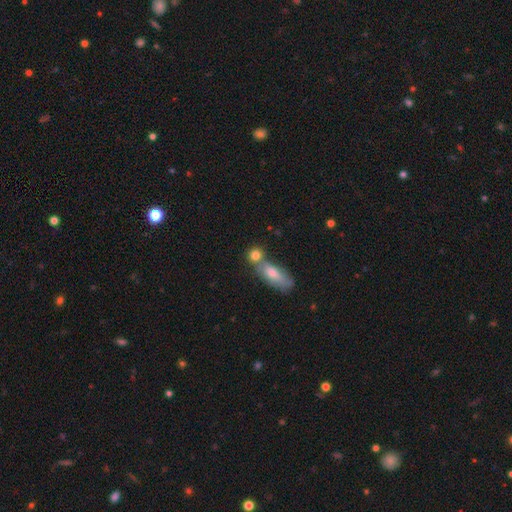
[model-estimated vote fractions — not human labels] Smooth or featured: smooth — 80% (featured or disk — 11%)
How rounded: round — 63% (in between — 29%)
Merging: none — 50% (merger — 36%)